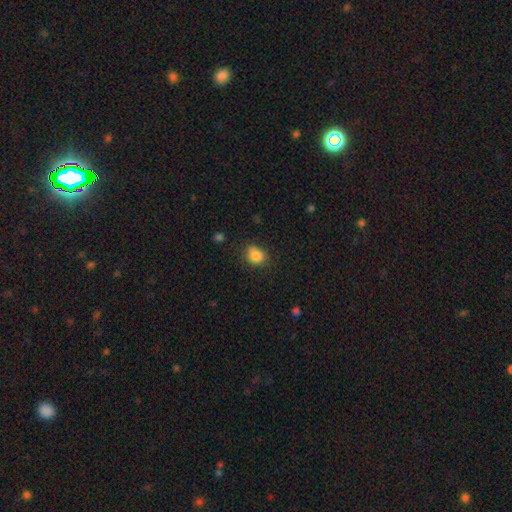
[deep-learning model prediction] Smooth or featured? Predicted: smooth (p=0.83). How rounded? Predicted: round (p=0.64). Merging? Predicted: none (p=0.67).